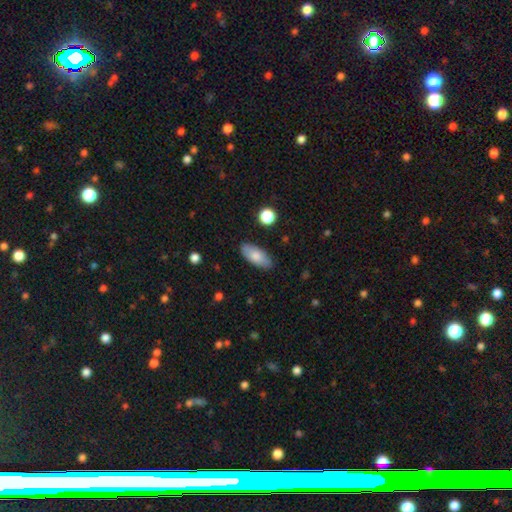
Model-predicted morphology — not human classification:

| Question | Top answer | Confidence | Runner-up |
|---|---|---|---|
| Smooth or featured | smooth | 80% | featured or disk (14%) |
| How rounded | in between | 87% | cigar-shaped (10%) |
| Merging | none | 85% | minor disturbance (11%) |